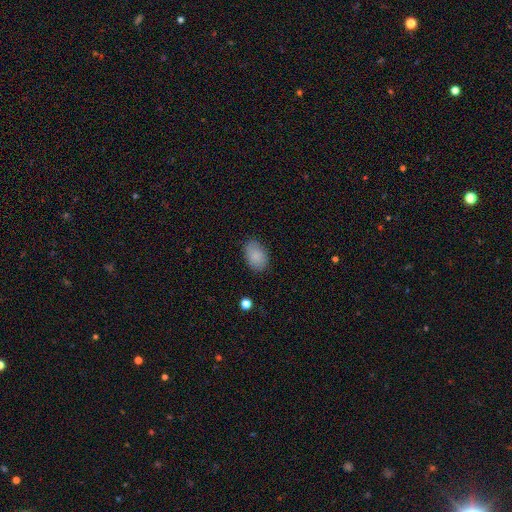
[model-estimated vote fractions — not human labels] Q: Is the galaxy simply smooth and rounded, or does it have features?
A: smooth — 87%.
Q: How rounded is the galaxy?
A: in between — 88%.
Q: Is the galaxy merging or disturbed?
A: none — 82%.